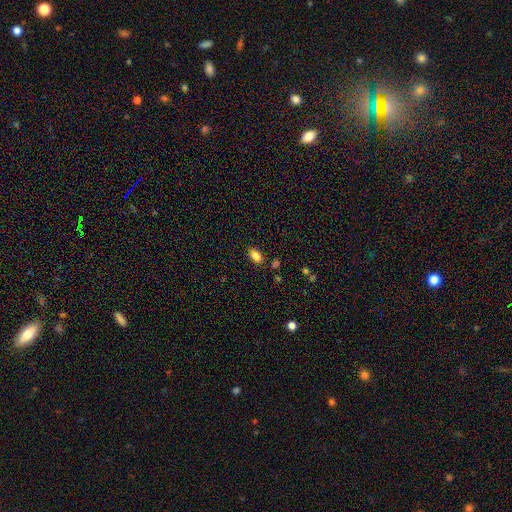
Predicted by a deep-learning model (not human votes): Morphology: type=smooth (84%); roundness=in between (89%); merging=none (83%).